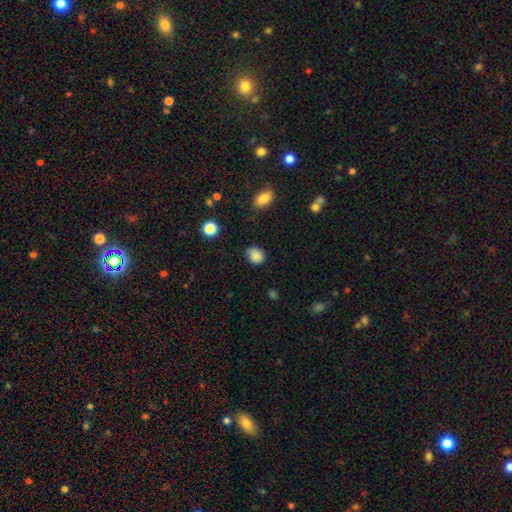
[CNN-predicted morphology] Q: Smooth or featured?
A: smooth (86%); runner-up: star or artifact (10%)
Q: How rounded?
A: round (52%); runner-up: in between (47%)
Q: Merging?
A: none (73%); runner-up: minor disturbance (21%)